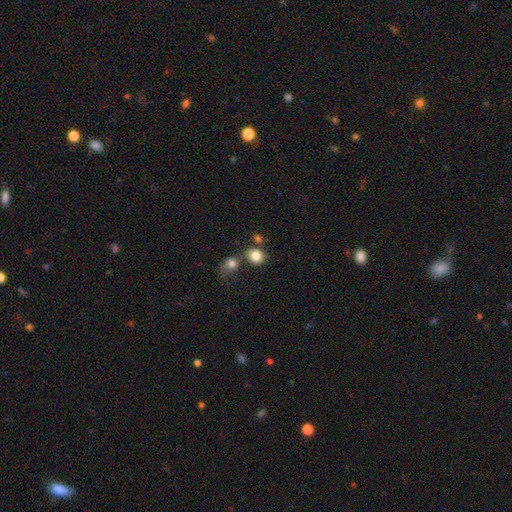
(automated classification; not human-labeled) smooth-or-featured: smooth: 83% | star or artifact: 10% | featured or disk: 7%
  how-rounded: round: 68% | in between: 31% | cigar-shaped: 1%
  merging: none: 56% | merger: 27% | minor disturbance: 12% | major disturbance: 6%